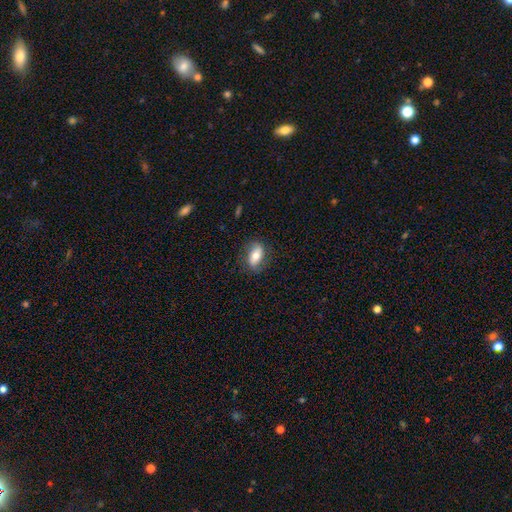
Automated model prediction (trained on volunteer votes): Smooth or featured? Predicted: smooth (p=0.60). How rounded? Predicted: in between (p=0.84). Merging? Predicted: none (p=0.79).